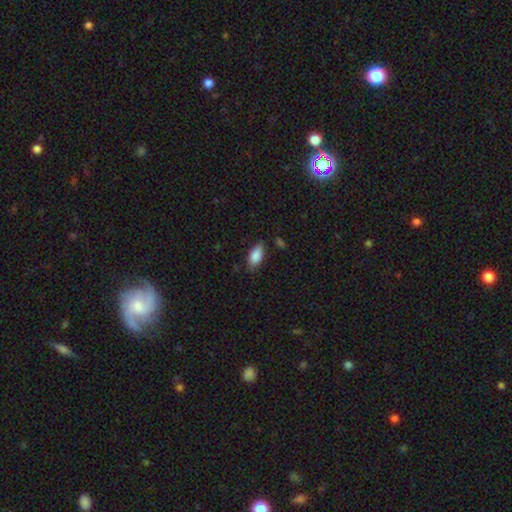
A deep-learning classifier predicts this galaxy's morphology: type=smooth (87%); roundness=in between (89%); merging=none (77%).